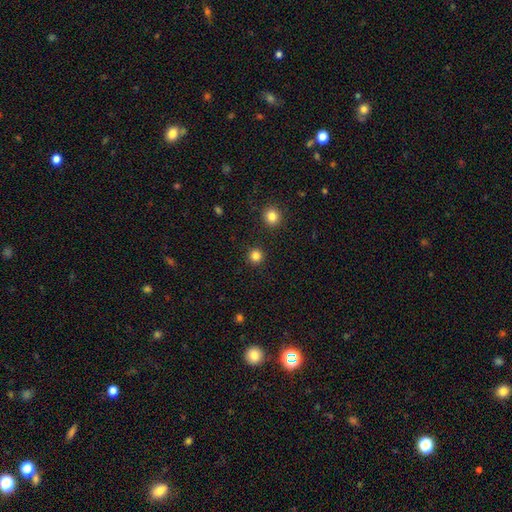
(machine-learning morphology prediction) The model was most divided on "smooth or featured": smooth: 83%, star or artifact: 13%, featured or disk: 4%. More confident: how rounded — round (95%); merging — none (92%).